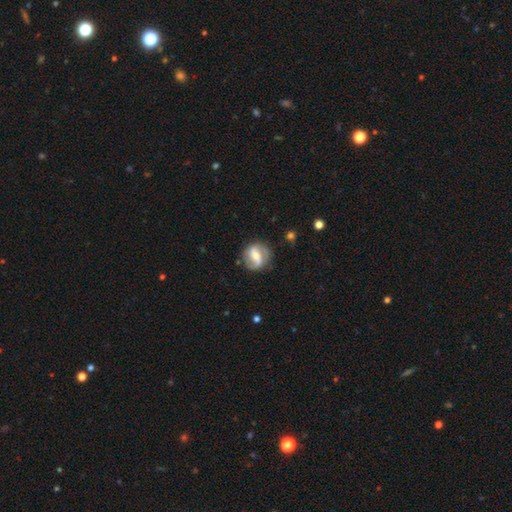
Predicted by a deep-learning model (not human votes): Overall: featured or disk (67%). Edge-on disk: no (95%). Bar: strong (54%; weak 32%). Spiral arms: yes (75%). Bulge size: moderate (52%; small 37%). Merging: none (78%).